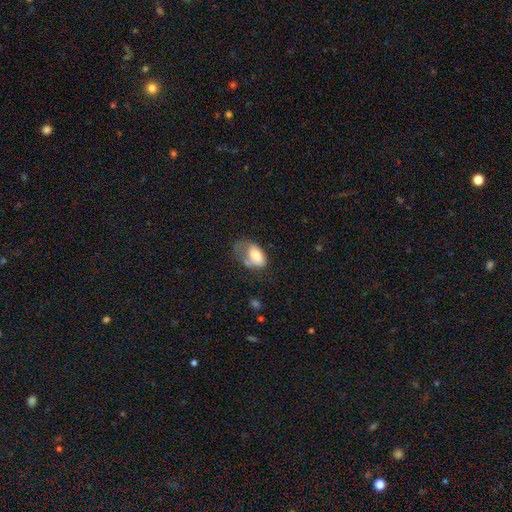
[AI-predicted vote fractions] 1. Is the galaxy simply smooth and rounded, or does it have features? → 68% smooth, 25% featured or disk, 7% star or artifact.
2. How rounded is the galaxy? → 88% in between, 10% round, 2% cigar-shaped.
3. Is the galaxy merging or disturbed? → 44% major disturbance, 28% minor disturbance, 20% none, 7% merger.